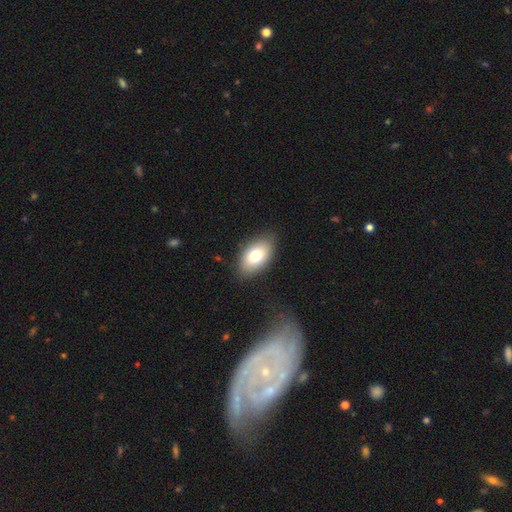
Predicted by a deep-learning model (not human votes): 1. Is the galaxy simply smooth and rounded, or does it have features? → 77% smooth, 15% featured or disk, 7% star or artifact.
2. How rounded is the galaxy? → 92% in between, 6% round, 2% cigar-shaped.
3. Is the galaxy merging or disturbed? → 84% none, 12% minor disturbance, 3% major disturbance, 1% merger.